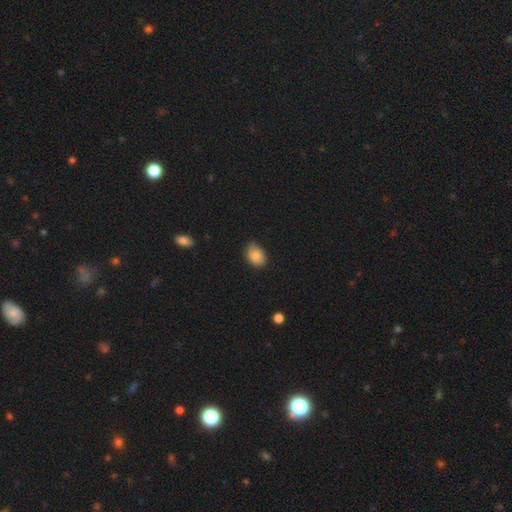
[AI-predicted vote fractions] This is clearly a smooth galaxy (84%). How rounded: likely in between (70%). Merging: likely none (64%).